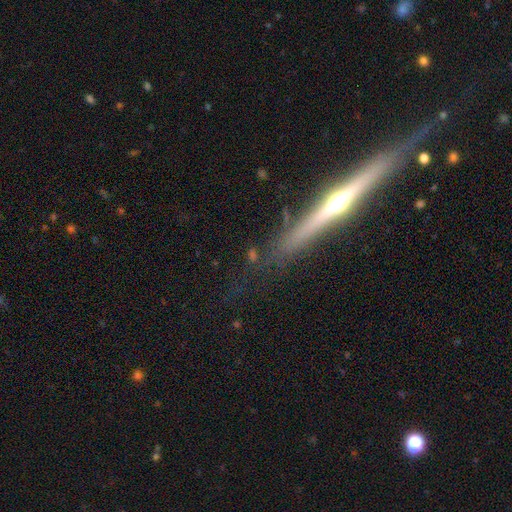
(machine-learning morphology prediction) Smooth or featured? featured or disk (71%)
Edge-on disk? yes (95%)
Edge-on bulge? rounded (89%)
Merging? none (79%)